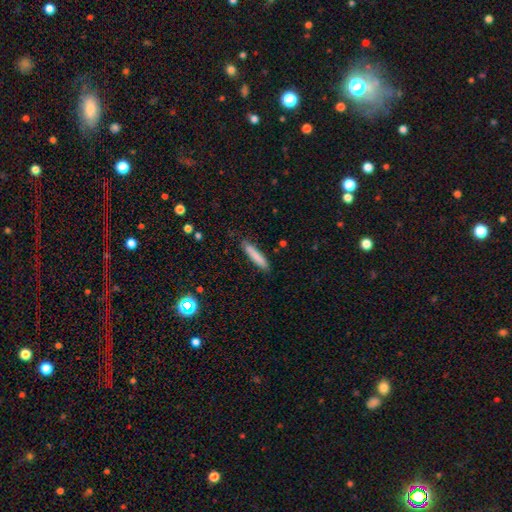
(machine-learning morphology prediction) type=smooth (83%); roundness=cigar-shaped (90%); merging=none (86%).